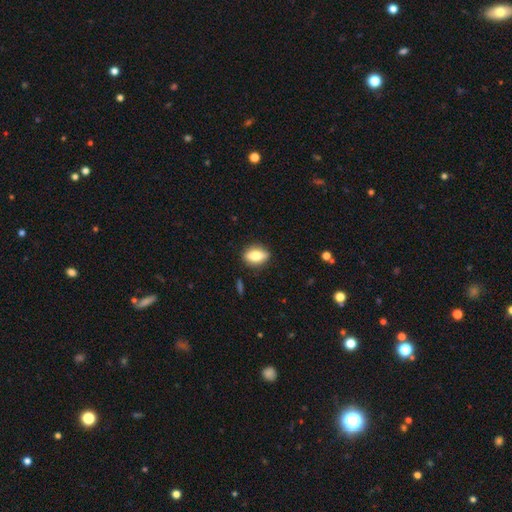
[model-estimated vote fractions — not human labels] Q: Smooth or featured?
A: smooth (61%); runner-up: featured or disk (31%)
Q: How rounded?
A: in between (70%); runner-up: round (21%)
Q: Merging?
A: none (85%); runner-up: minor disturbance (11%)